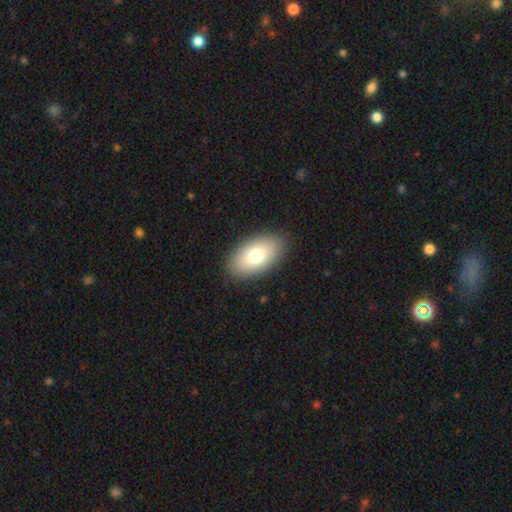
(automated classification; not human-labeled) Smooth or featured?
  - smooth: 74% *
  - featured or disk: 17%
  - star or artifact: 8%
How rounded?
  - in between: 92% *
  - round: 6%
  - cigar-shaped: 2%
Merging?
  - none: 88% *
  - minor disturbance: 9%
  - major disturbance: 3%
  - merger: 1%